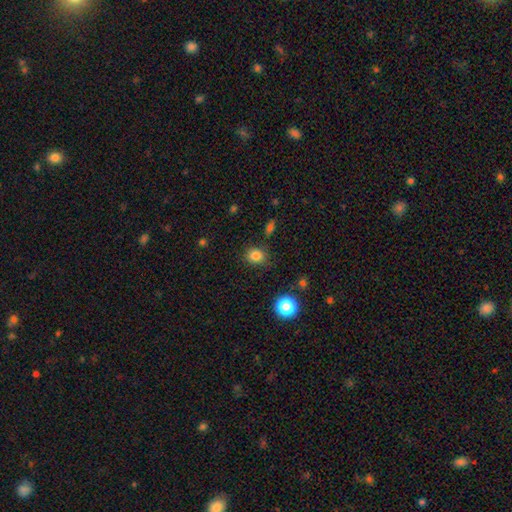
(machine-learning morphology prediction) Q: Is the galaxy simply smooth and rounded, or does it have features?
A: smooth — 84%.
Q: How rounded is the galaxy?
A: round — 69%.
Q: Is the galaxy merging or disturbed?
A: none — 84%.